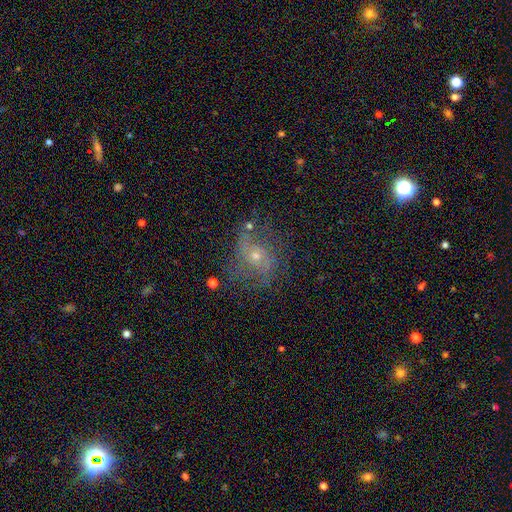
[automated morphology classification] A featured or disk galaxy (60%) with no bar (70%), spiral arms (78%) and a small central bulge (60%). Merging: none (59%).